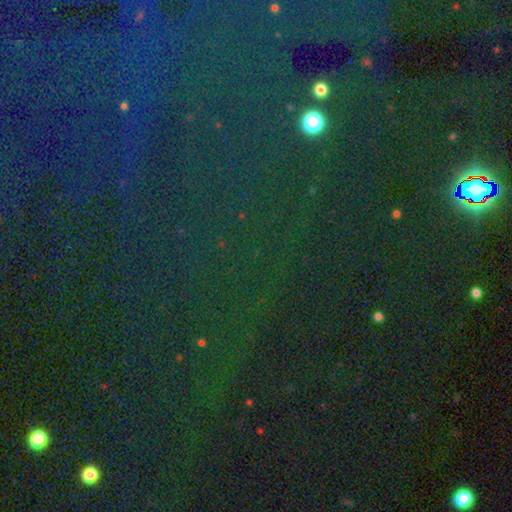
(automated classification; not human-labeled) smooth_or_featured: star or artifact (p=0.85) [alt: smooth p=0.09]